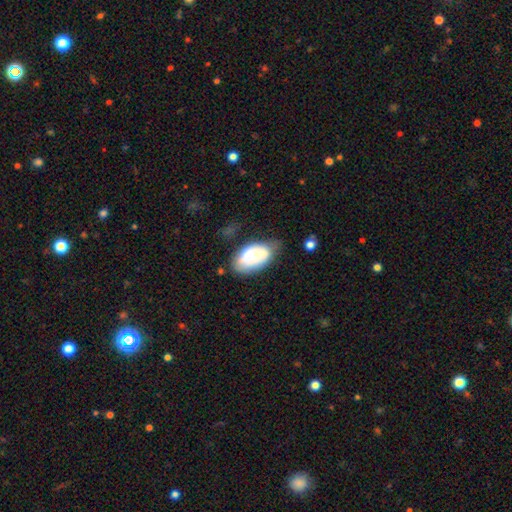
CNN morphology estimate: smooth 59%, featured or disk 33%, star or artifact 8%. Down the decision tree: how rounded — in between (93%); merging — none (51%).